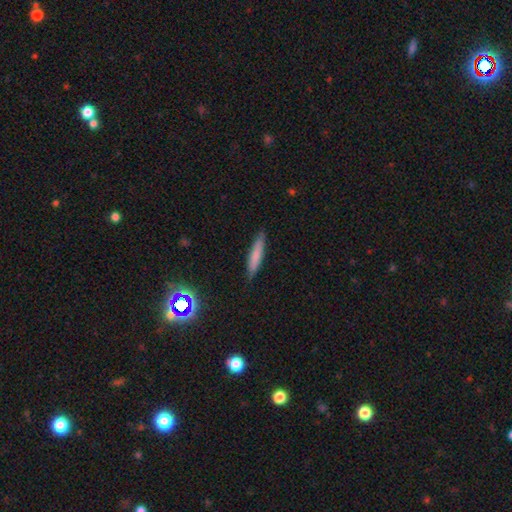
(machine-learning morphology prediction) Smooth or featured? Predicted: smooth (p=0.74). How rounded? Predicted: cigar-shaped (p=0.89). Merging? Predicted: none (p=0.86).